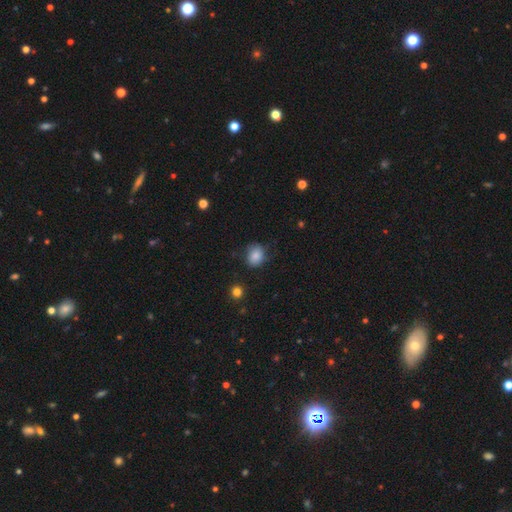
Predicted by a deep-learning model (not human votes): Smooth or featured? Predicted: smooth (p=0.83). How rounded? Predicted: round (p=0.60). Merging? Predicted: none (p=0.66).